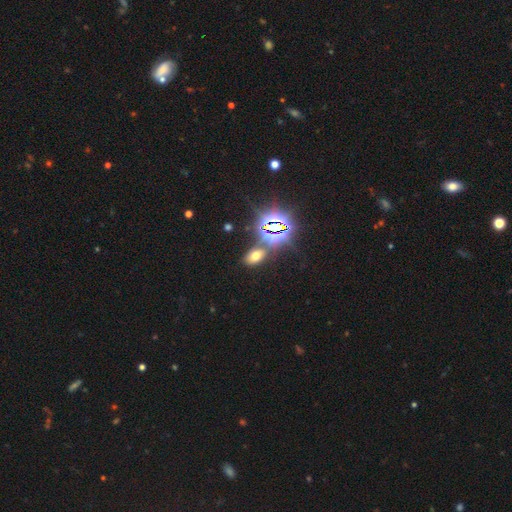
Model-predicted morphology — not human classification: A smooth galaxy with no disk features (52%) that is in between round and cigar-shaped (87%). Merging: none (74%).